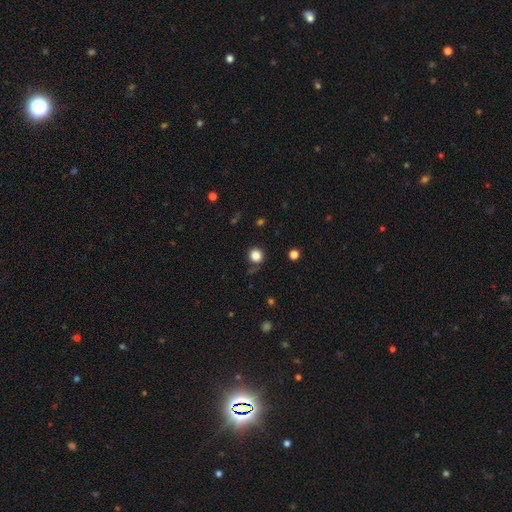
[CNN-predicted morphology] Q: Smooth or featured?
A: smooth (83%); runner-up: star or artifact (12%)
Q: How rounded?
A: round (93%); runner-up: in between (6%)
Q: Merging?
A: none (84%); runner-up: minor disturbance (10%)